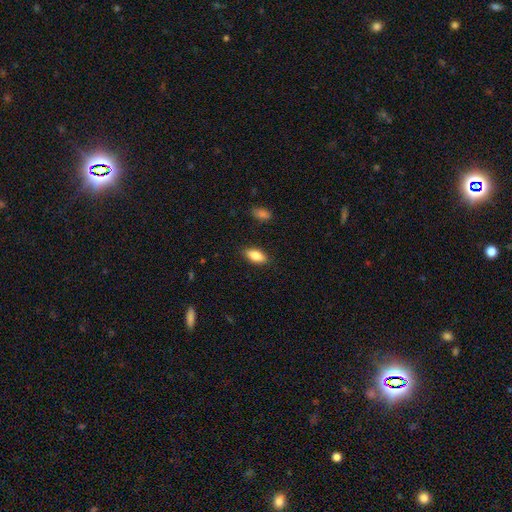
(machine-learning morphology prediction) smooth_or_featured: smooth (p=0.84) [alt: featured or disk p=0.09]
how_rounded: in between (p=0.87) [alt: cigar-shaped p=0.11]
merging: none (p=0.86) [alt: minor disturbance p=0.10]